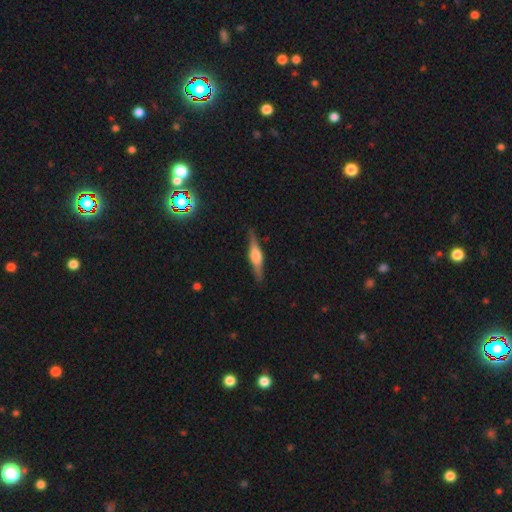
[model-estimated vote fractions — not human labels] A featured or disk galaxy (72%) viewed edge-on (97%) with a rounded central bulge (83%). Merging: none (88%).